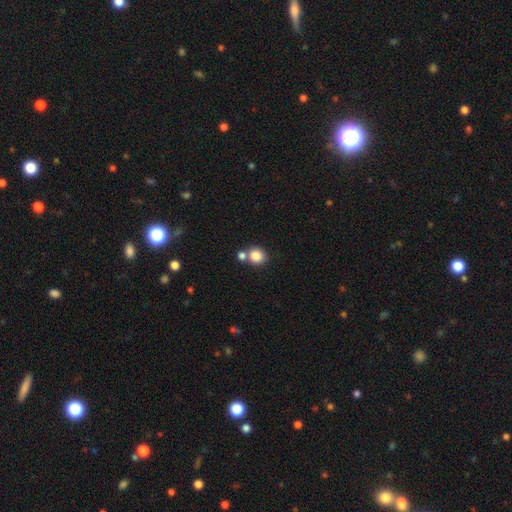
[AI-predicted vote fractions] A smooth galaxy with no disk features (84%) that is round (80%). Merging: none (59%).